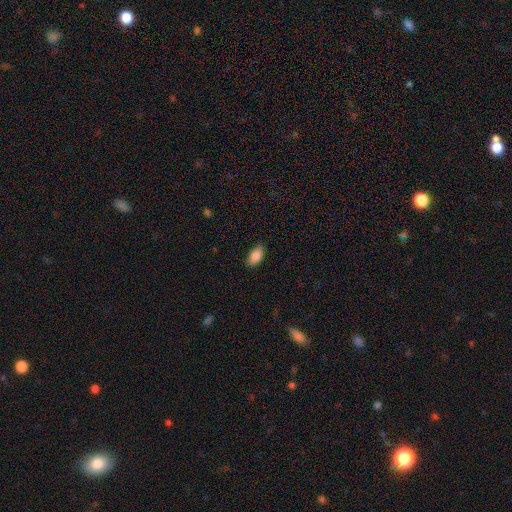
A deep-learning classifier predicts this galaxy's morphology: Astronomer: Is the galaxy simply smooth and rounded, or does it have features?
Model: smooth — 85%.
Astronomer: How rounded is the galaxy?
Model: in between — 91%.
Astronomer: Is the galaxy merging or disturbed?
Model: none — 85%.